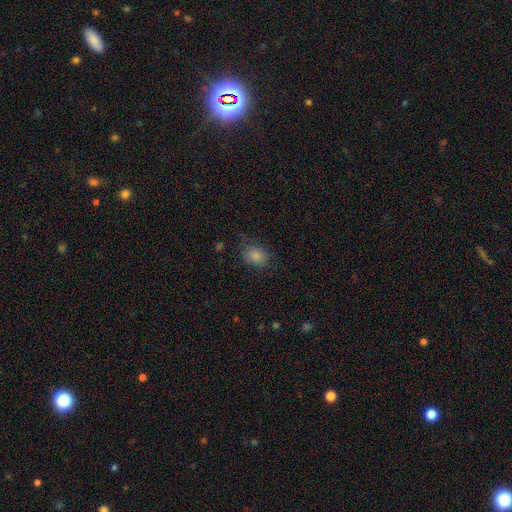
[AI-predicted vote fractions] Morphology: type=smooth (83%); roundness=in between (61%); merging=none (67%).